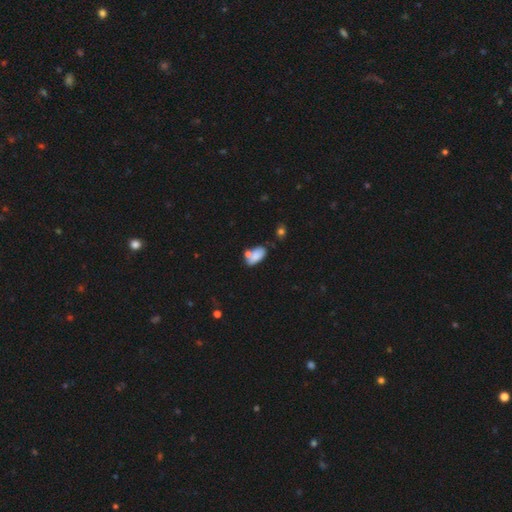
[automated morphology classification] Smooth or featured? Predicted: smooth (p=0.79). How rounded? Predicted: in between (p=0.92). Merging? Predicted: none (p=0.49).